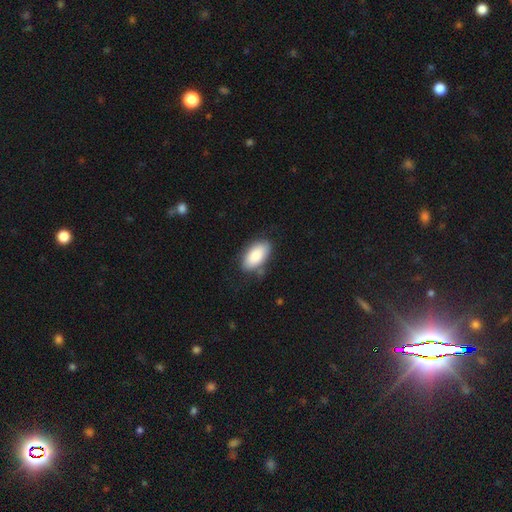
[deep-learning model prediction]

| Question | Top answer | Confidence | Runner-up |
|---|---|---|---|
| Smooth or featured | smooth | 85% | featured or disk (9%) |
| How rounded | in between | 94% | cigar-shaped (3%) |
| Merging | none | 75% | minor disturbance (18%) |